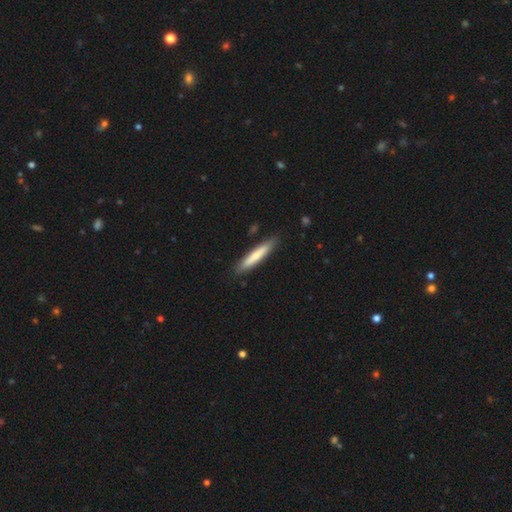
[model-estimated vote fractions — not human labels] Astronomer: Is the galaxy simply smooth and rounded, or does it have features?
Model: smooth — 70%.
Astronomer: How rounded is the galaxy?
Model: cigar-shaped — 92%.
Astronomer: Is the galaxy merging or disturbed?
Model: none — 88%.